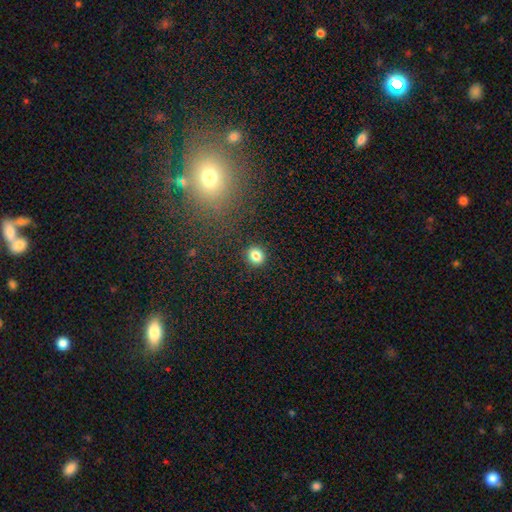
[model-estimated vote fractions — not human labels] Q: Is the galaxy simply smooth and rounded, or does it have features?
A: smooth — 82%.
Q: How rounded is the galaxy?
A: round — 86%.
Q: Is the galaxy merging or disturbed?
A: none — 92%.